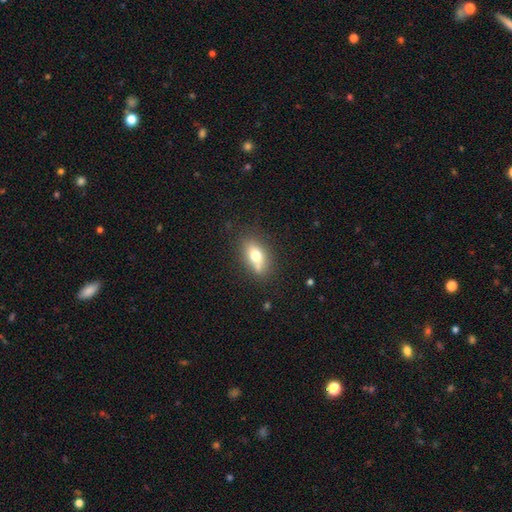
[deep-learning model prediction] Smooth or featured: smooth — 70% (featured or disk — 21%)
How rounded: in between — 81% (round — 12%)
Merging: none — 66% (minor disturbance — 17%)